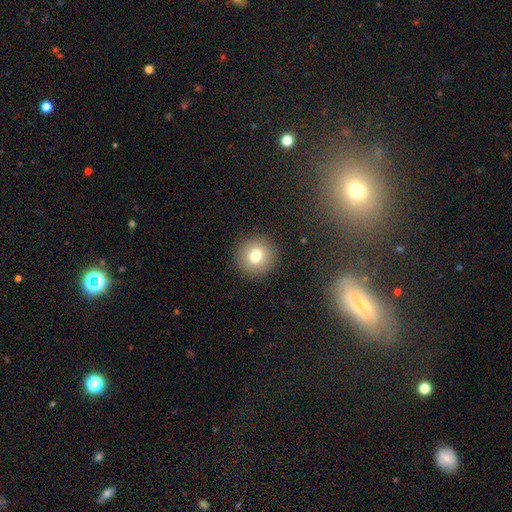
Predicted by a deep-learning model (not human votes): Smooth or featured? smooth (77%)
How rounded? round (93%)
Merging? none (91%)